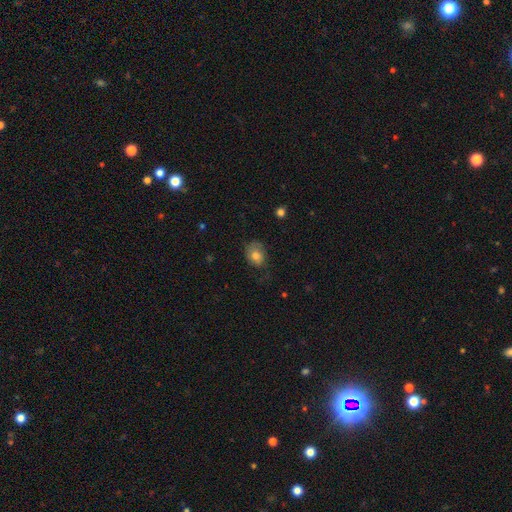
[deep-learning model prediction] Smooth or featured?
  - smooth: 70% *
  - featured or disk: 21%
  - star or artifact: 9%
How rounded?
  - in between: 58% *
  - round: 41%
  - cigar-shaped: 1%
Merging?
  - none: 52% *
  - minor disturbance: 30%
  - major disturbance: 17%
  - merger: 1%